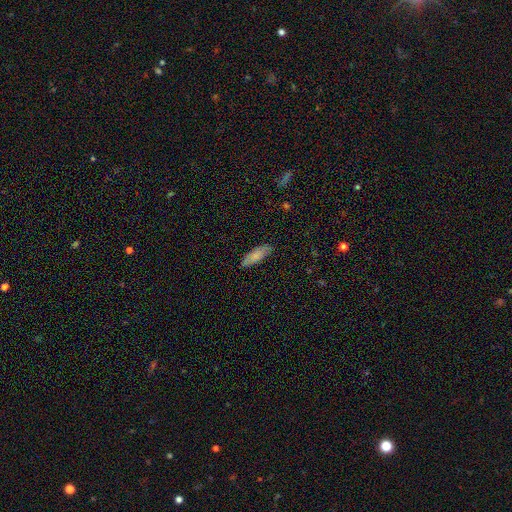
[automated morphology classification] A smooth galaxy with no disk features (79%) that is in between round and cigar-shaped (65%). Merging: none (82%).